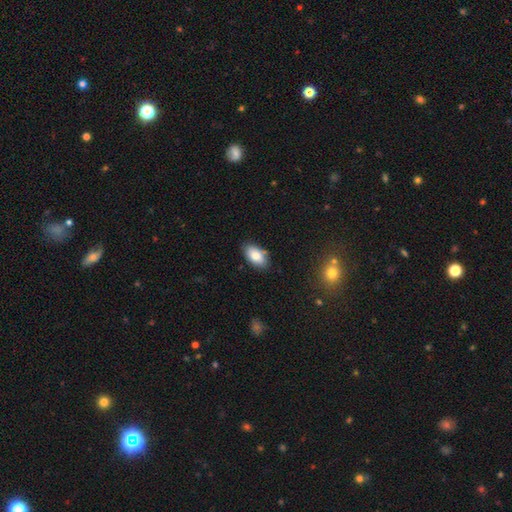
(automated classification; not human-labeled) This appears to be a smooth galaxy with no disk features (83%) that is in between round and cigar-shaped (93%). Merging: none (80%).